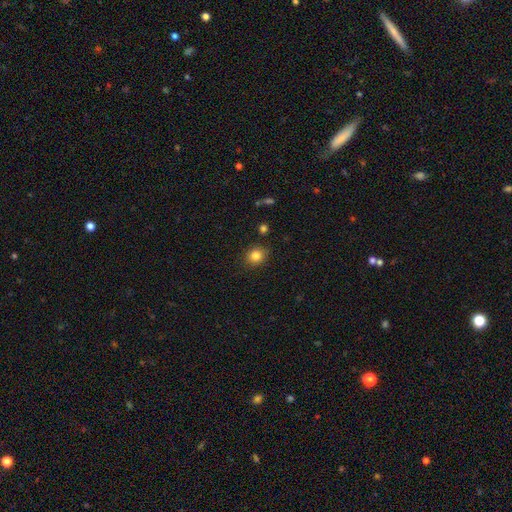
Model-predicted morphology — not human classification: Q: Smooth or featured?
A: smooth (84%); runner-up: star or artifact (11%)
Q: How rounded?
A: round (72%); runner-up: in between (27%)
Q: Merging?
A: none (87%); runner-up: minor disturbance (9%)